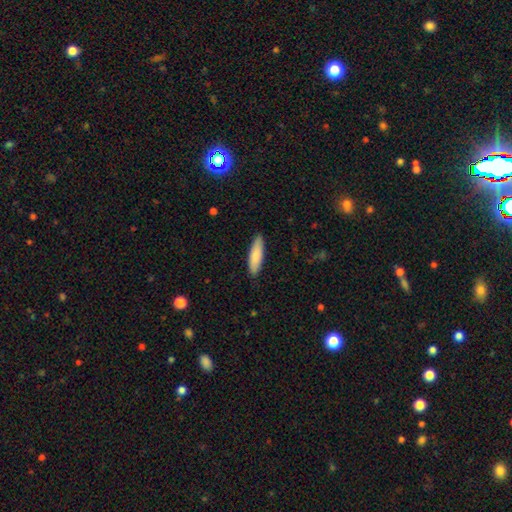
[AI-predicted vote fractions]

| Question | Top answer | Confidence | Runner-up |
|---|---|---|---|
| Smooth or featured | smooth | 85% | featured or disk (10%) |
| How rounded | cigar-shaped | 64% | in between (35%) |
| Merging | none | 87% | minor disturbance (10%) |